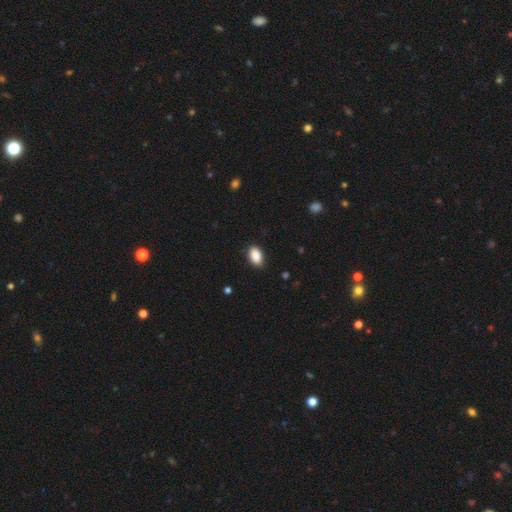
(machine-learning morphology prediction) Smooth or featured? Predicted: smooth (p=0.89). How rounded? Predicted: in between (p=0.91). Merging? Predicted: none (p=0.87).